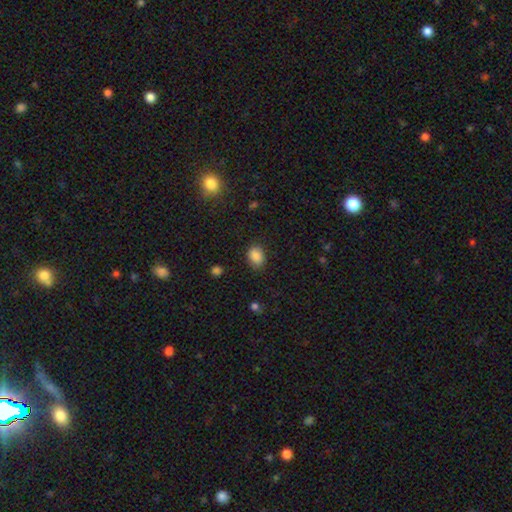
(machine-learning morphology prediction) A smooth galaxy with no disk features (86%) that is in between round and cigar-shaped (64%). Merging: none (84%).